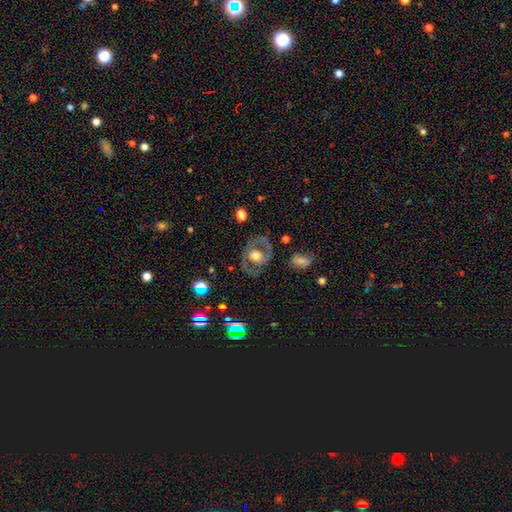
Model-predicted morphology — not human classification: A featured or disk galaxy (63%) with no bar (77%), no spiral arms (59%) and a moderate central bulge (45%).

Vote fractions:
- Smooth or featured? featured or disk: 63% / smooth: 30% / star or artifact: 7%
- Edge-on disk? no: 95% / yes: 5%
- Bar? no: 77% / weak: 17% / strong: 6%
- Spiral arms? no: 59% / yes: 41%
- Bulge size? moderate: 45% / large: 43% / small: 5% / dominant: 4% / none: 2%
- Merging? none: 73% / minor disturbance: 15% / major disturbance: 10% / merger: 2%